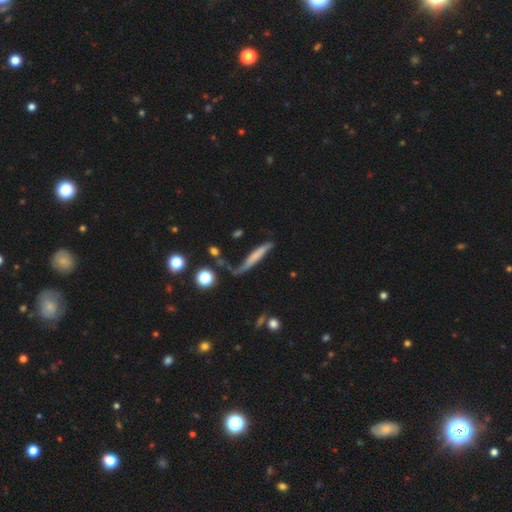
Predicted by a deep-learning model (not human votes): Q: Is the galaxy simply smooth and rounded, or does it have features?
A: smooth — 57%.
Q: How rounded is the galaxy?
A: cigar-shaped — 89%.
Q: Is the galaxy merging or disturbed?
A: none — 45%.